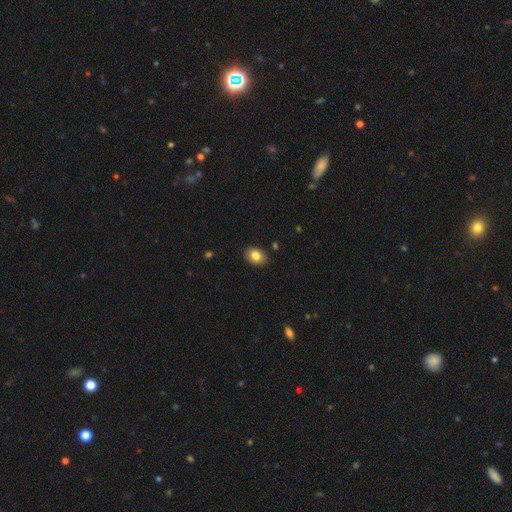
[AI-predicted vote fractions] The model was most divided on "how rounded": in between: 69%, round: 30%, cigar-shaped: 1%. More confident: merging — none (89%); smooth or featured — smooth (83%).